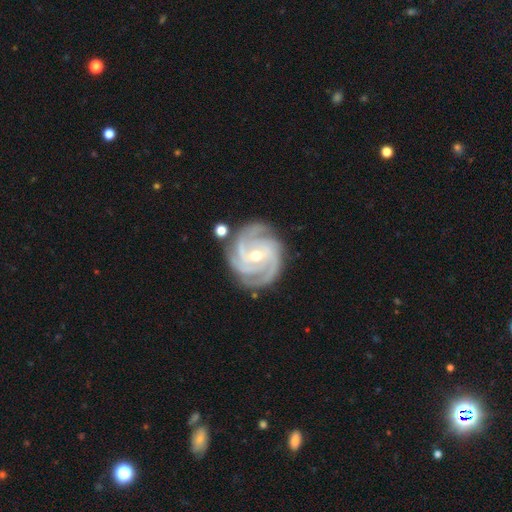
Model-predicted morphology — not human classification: Smooth or featured? Predicted: featured or disk (p=0.93). Edge-on disk? Predicted: no (p=0.98). Bar? Predicted: weak (p=0.43). Spiral arms? Predicted: yes (p=0.99). Spiral winding? Predicted: tight (p=0.66). Spiral arm count? Predicted: 3 (p=0.45). Bulge size? Predicted: small (p=0.49). Merging? Predicted: none (p=0.82).